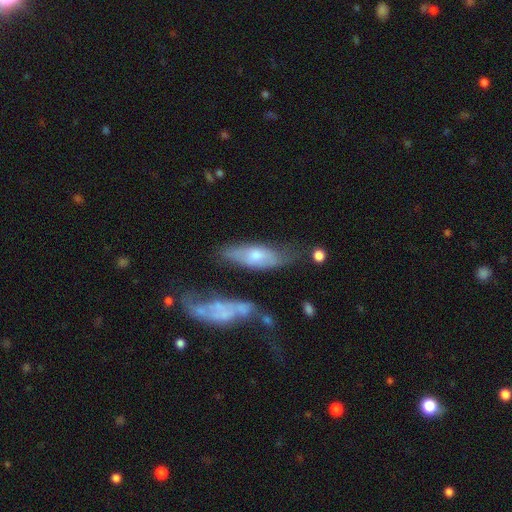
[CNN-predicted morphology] The model was most divided on "smooth or featured": smooth: 49%, featured or disk: 45%, star or artifact: 7%. More confident: merging — none (54%).